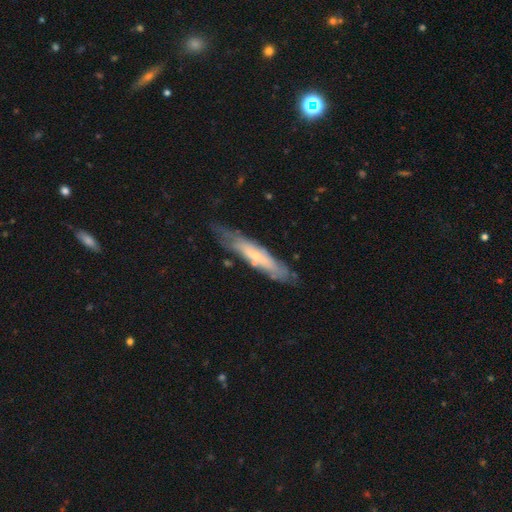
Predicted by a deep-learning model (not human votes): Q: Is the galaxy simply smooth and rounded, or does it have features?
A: featured or disk — 56%.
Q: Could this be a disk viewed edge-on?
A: yes — 57%.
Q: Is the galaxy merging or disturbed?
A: none — 67%.